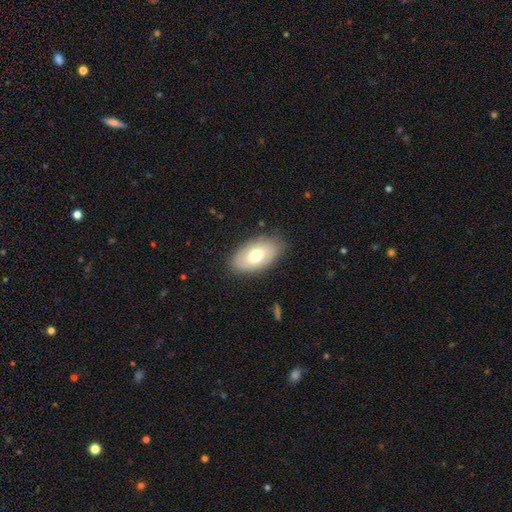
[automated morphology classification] Smooth or featured: smooth — 65% (featured or disk — 29%)
How rounded: in between — 93% (round — 5%)
Merging: none — 81% (minor disturbance — 14%)